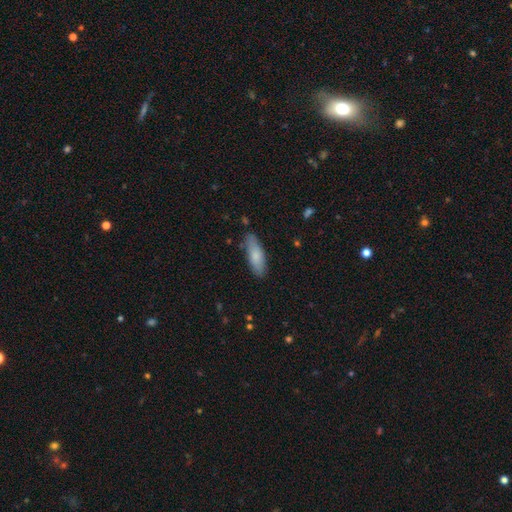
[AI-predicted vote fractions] A smooth galaxy with no disk features (80%) that is in between round and cigar-shaped (61%).

Vote fractions:
- Smooth or featured? smooth: 80% / featured or disk: 15% / star or artifact: 6%
- How rounded? in between: 61% / cigar-shaped: 37% / round: 2%
- Merging? none: 81% / minor disturbance: 15% / major disturbance: 3% / merger: 2%